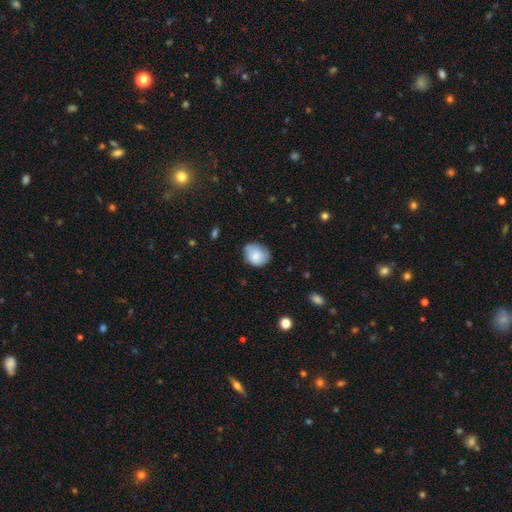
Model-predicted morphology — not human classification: This appears to be a smooth galaxy with no disk features (82%) that is round (57%). Merging: none (62%).